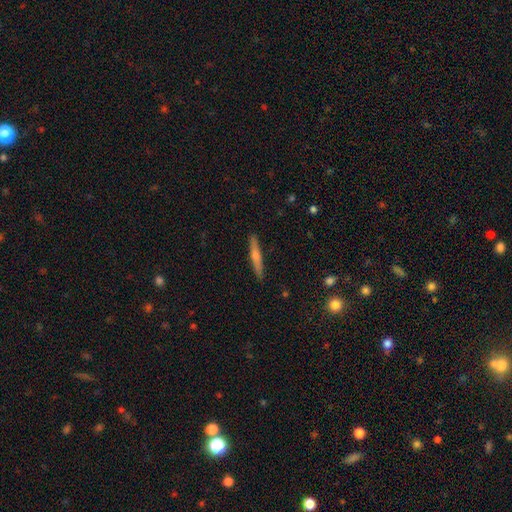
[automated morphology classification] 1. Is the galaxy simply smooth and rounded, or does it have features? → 54% featured or disk, 39% smooth, 6% star or artifact.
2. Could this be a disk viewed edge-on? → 97% yes, 3% no.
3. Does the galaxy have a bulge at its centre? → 71% rounded, 23% none, 6% boxy.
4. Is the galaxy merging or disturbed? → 91% none, 7% minor disturbance, 1% major disturbance, 1% merger.